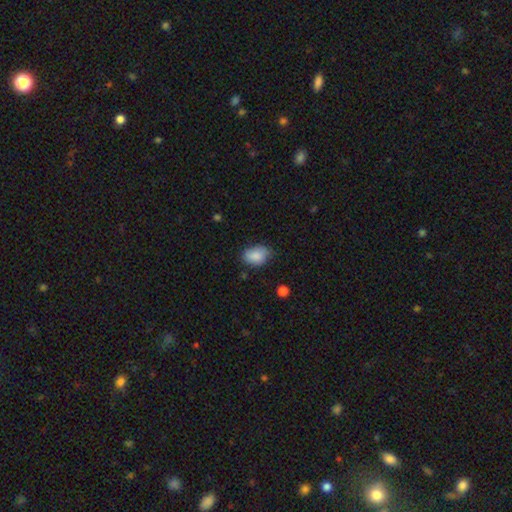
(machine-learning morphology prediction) smooth 86%, star or artifact 7%, featured or disk 6%. Down the decision tree: how rounded — in between (84%); merging — none (69%).